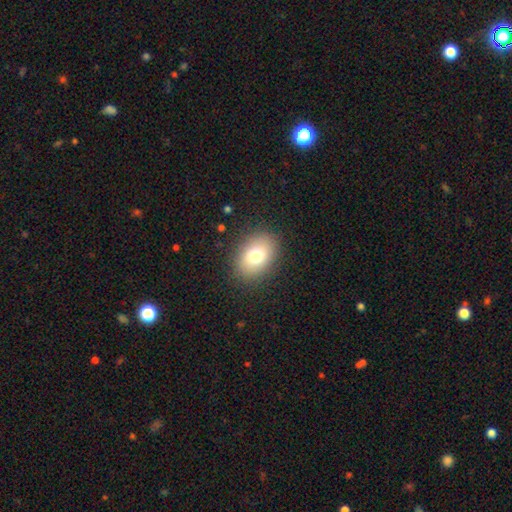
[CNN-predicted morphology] Q: Smooth or featured?
A: smooth (76%); runner-up: featured or disk (13%)
Q: How rounded?
A: in between (73%); runner-up: round (26%)
Q: Merging?
A: none (86%); runner-up: minor disturbance (9%)